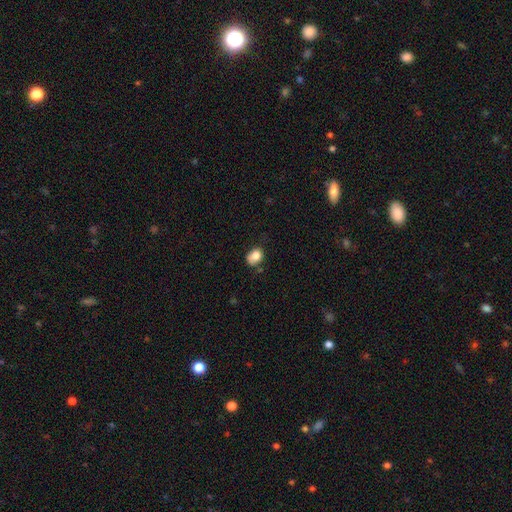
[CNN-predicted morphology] smooth-or-featured: smooth: 78% | featured or disk: 13% | star or artifact: 9%
  how-rounded: in between: 55% | round: 44% | cigar-shaped: 1%
  merging: none: 52% | minor disturbance: 32% | major disturbance: 10% | merger: 6%